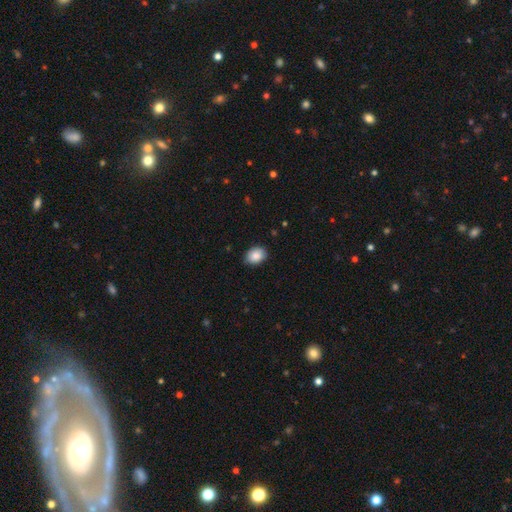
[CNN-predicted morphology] Smooth or featured? Predicted: smooth (p=0.87). How rounded? Predicted: in between (p=0.70). Merging? Predicted: none (p=0.85).